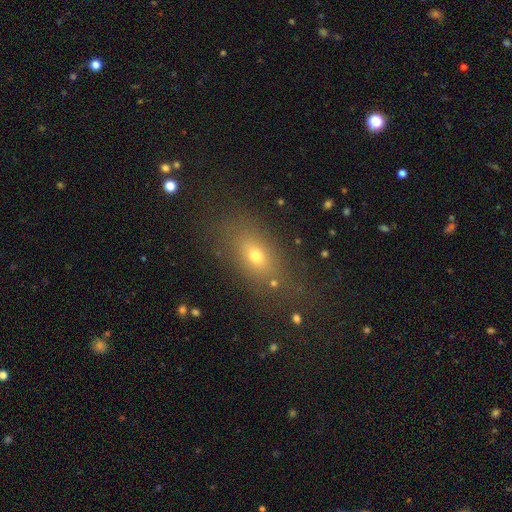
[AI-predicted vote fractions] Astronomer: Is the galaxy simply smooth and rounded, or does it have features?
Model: smooth — 67%.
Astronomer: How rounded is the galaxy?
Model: in between — 74%.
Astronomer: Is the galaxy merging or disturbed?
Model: none — 74%.